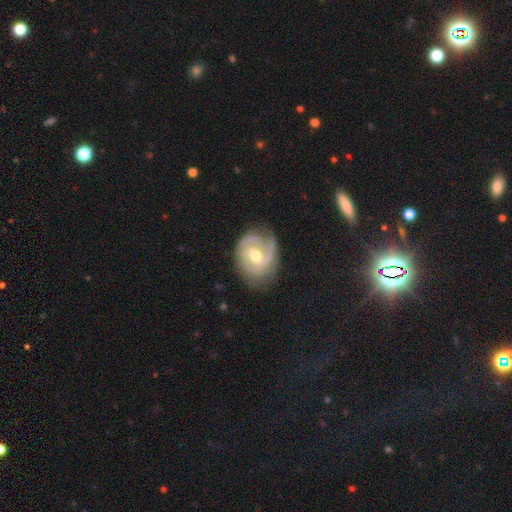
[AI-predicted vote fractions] This appears to be a featured or disk galaxy (88%) with a weak bar (45%), 2 (46%) tight (58%) spiral arms (97%) and a moderate central bulge (71%). Merging: none (73%).